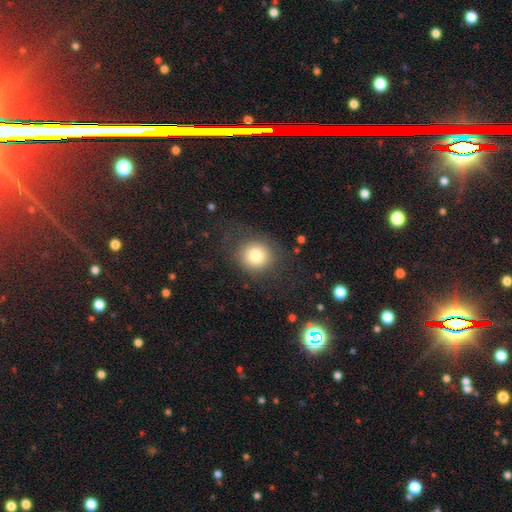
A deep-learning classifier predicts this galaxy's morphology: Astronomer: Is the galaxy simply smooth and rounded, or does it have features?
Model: smooth — 78%.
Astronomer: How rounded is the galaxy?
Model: round — 81%.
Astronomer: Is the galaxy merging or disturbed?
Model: none — 74%.